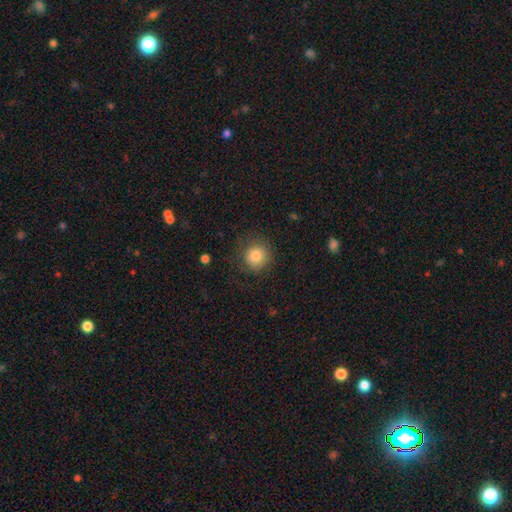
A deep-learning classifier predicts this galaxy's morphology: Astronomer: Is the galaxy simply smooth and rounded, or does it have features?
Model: smooth — 83%.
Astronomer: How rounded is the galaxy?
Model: round — 91%.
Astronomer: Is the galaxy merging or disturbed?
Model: none — 80%.